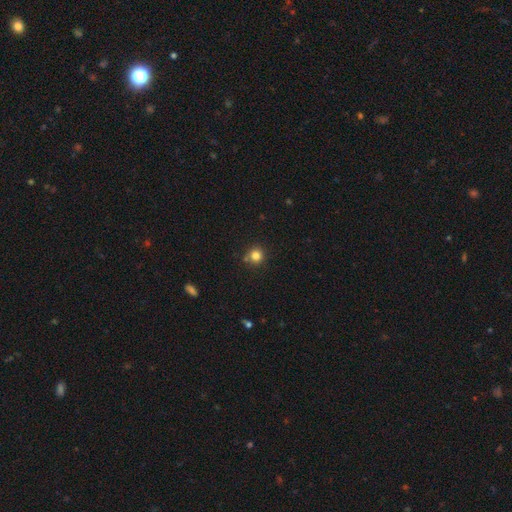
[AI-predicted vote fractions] Smooth or featured?
  - smooth: 82% *
  - star or artifact: 13%
  - featured or disk: 6%
How rounded?
  - round: 93% *
  - in between: 7%
  - cigar-shaped: 1%
Merging?
  - none: 81% *
  - minor disturbance: 10%
  - merger: 7%
  - major disturbance: 3%